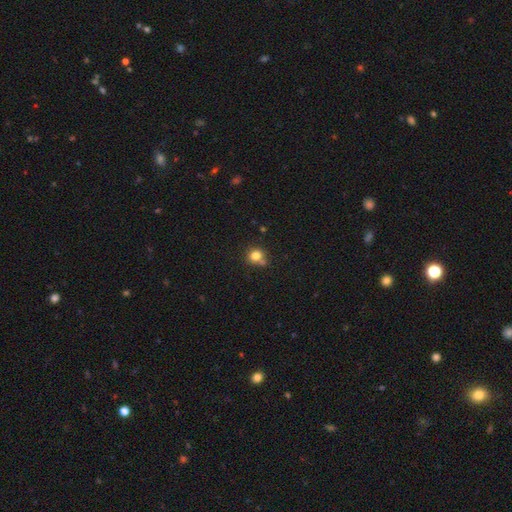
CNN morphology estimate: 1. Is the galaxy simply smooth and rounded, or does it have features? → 79% smooth, 12% star or artifact, 9% featured or disk.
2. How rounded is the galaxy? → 82% round, 17% in between, 1% cigar-shaped.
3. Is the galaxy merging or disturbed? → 60% none, 18% merger, 17% minor disturbance, 5% major disturbance.